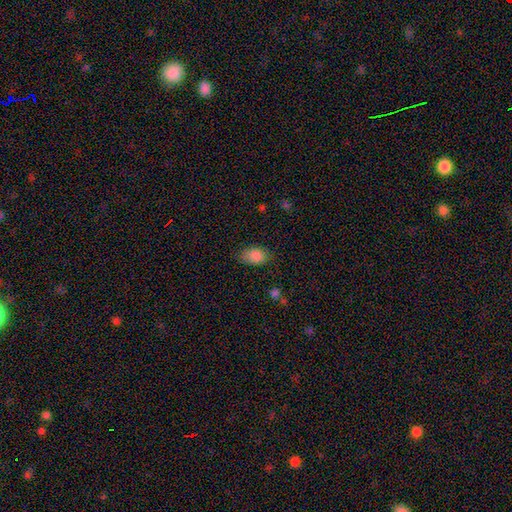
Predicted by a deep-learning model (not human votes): Smooth or featured: smooth — 86% (star or artifact — 9%)
How rounded: in between — 85% (round — 13%)
Merging: none — 71% (minor disturbance — 22%)